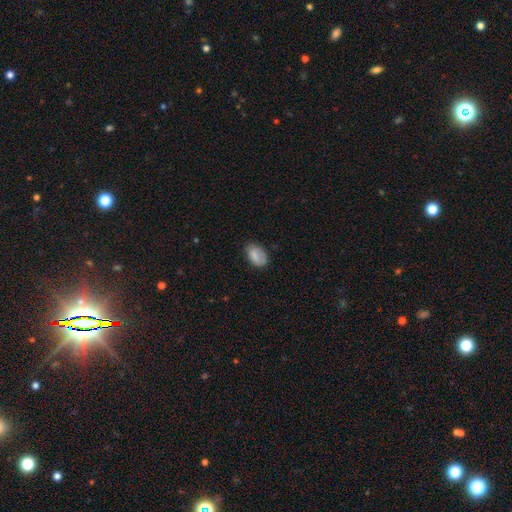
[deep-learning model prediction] This appears to be a smooth galaxy with no disk features (79%) that is in between round and cigar-shaped (90%). Merging: none (70%).